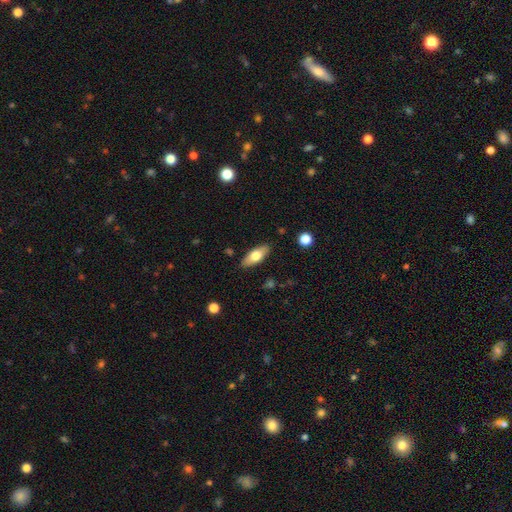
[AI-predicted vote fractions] smooth-or-featured: smooth: 68% | featured or disk: 26% | star or artifact: 6%
  how-rounded: in between: 76% | cigar-shaped: 21% | round: 3%
  merging: none: 86% | minor disturbance: 10% | major disturbance: 2% | merger: 1%